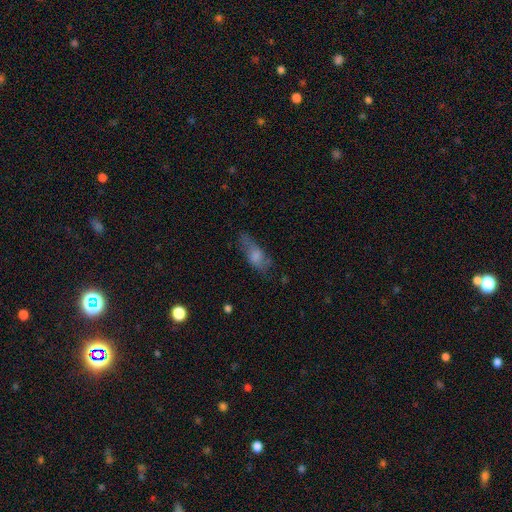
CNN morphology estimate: type=smooth (67%); roundness=in between (71%); merging=none (50%).